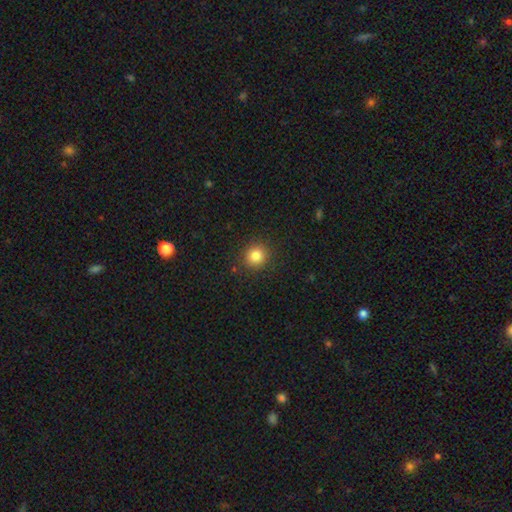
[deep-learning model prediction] A smooth galaxy with no disk features (83%) that is round (90%).

Vote fractions:
- Smooth or featured? smooth: 83% / star or artifact: 12% / featured or disk: 5%
- How rounded? round: 90% / in between: 9% / cigar-shaped: 1%
- Merging? none: 90% / minor disturbance: 7% / major disturbance: 2% / merger: 1%